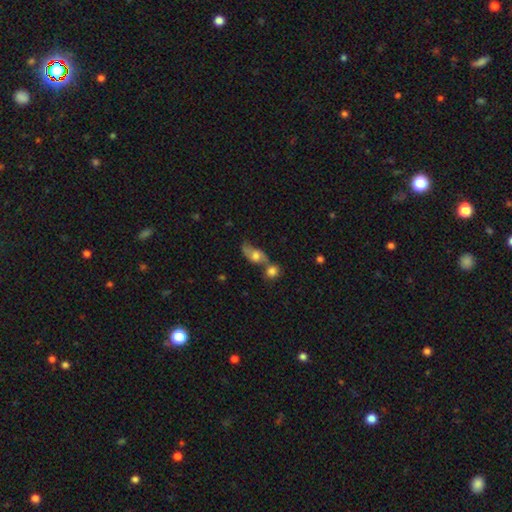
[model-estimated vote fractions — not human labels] smooth-or-featured: smooth: 56% | featured or disk: 34% | star or artifact: 10%
  how-rounded: in between: 75% | round: 17% | cigar-shaped: 7%
  merging: merger: 46% | none: 30% | minor disturbance: 15% | major disturbance: 9%